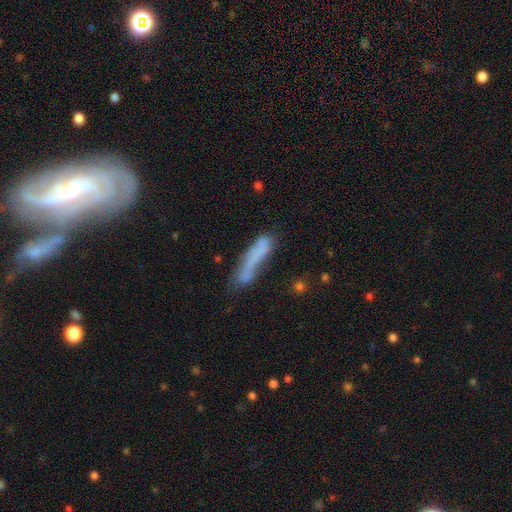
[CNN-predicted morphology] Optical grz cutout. It shows a smooth galaxy with no disk features (60%) that is cigar-shaped (85%). Merging: none (50%).